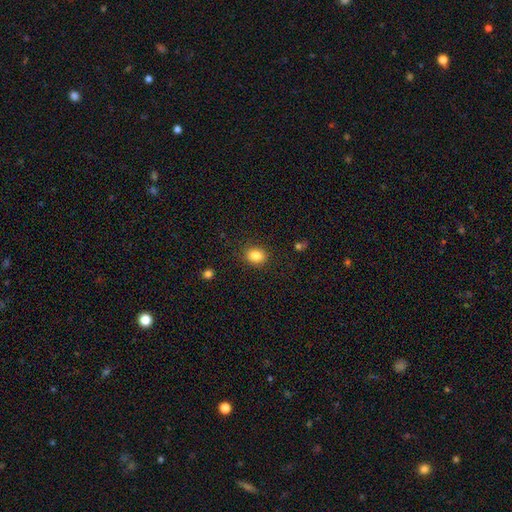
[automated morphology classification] Overall: smooth (85%). How rounded: round (51%; in between 48%). Merging: none (86%).